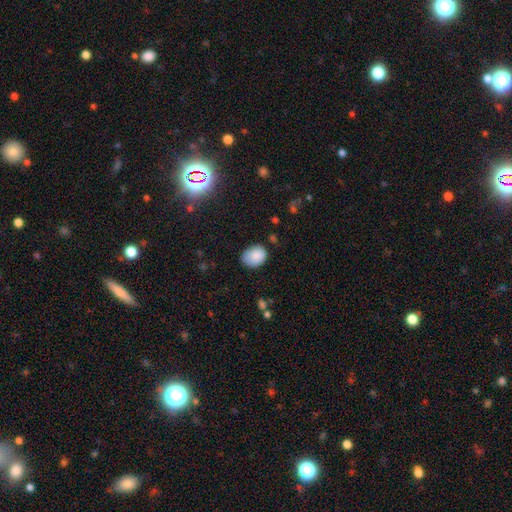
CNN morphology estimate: Overall: smooth (86%). How rounded: in between (64%; round 35%). Merging: none (69%).